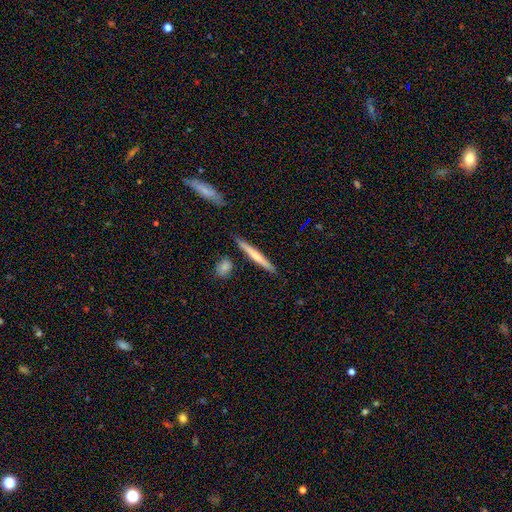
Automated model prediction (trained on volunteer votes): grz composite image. It shows a smooth galaxy with no disk features (51%) that is cigar-shaped (94%). Merging: none (88%).